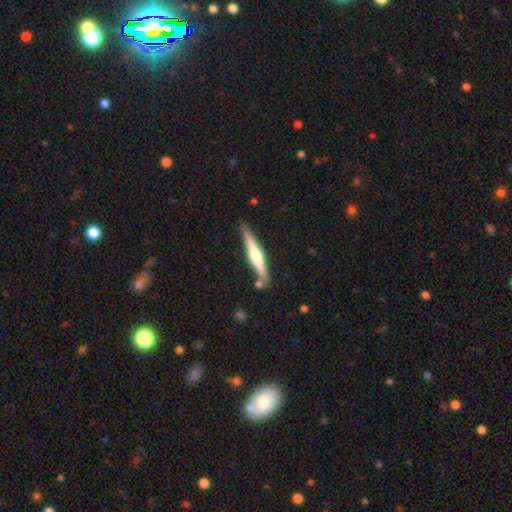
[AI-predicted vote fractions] Smooth or featured? featured or disk (53%)
Edge-on disk? yes (96%)
Edge-on bulge? rounded (68%)
Merging? none (81%)